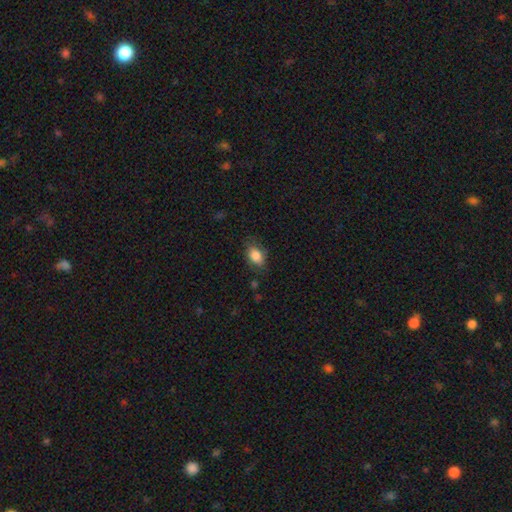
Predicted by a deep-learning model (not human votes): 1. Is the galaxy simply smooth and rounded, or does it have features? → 85% smooth, 8% star or artifact, 7% featured or disk.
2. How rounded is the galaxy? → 84% in between, 14% round, 2% cigar-shaped.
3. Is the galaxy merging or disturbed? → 73% none, 20% minor disturbance, 5% major disturbance, 2% merger.